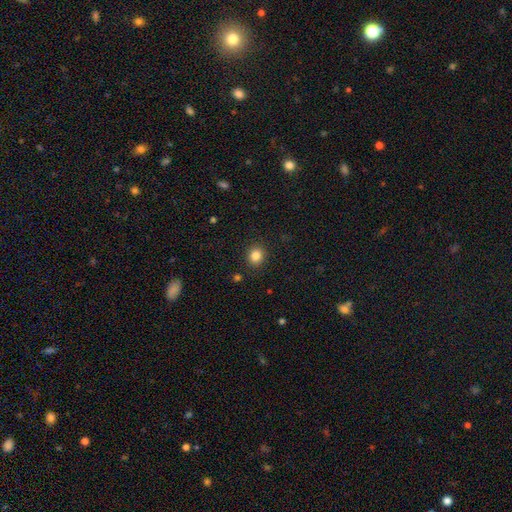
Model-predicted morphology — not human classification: Smooth or featured? smooth (84%)
How rounded? round (82%)
Merging? none (91%)